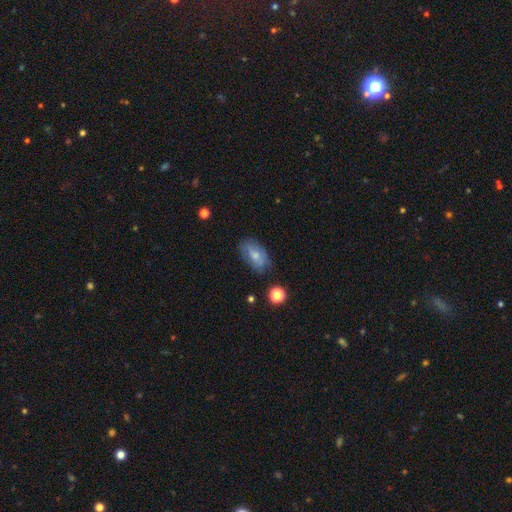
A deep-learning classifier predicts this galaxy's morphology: Smooth or featured: smooth — 61% (featured or disk — 31%)
How rounded: in between — 90% (round — 6%)
Merging: none — 70% (minor disturbance — 22%)